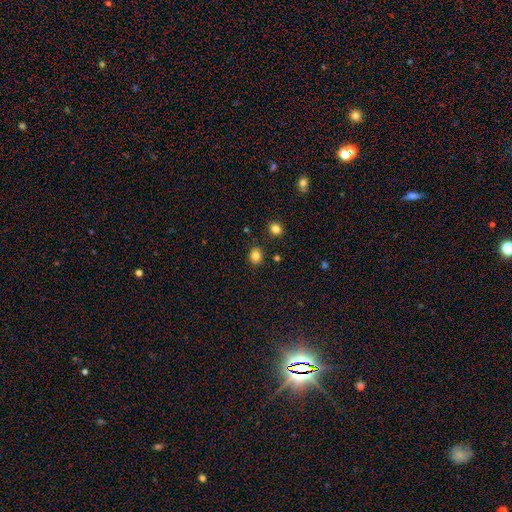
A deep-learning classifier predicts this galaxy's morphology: Smooth or featured? Predicted: smooth (p=0.83). How rounded? Predicted: round (p=0.68). Merging? Predicted: none (p=0.86).